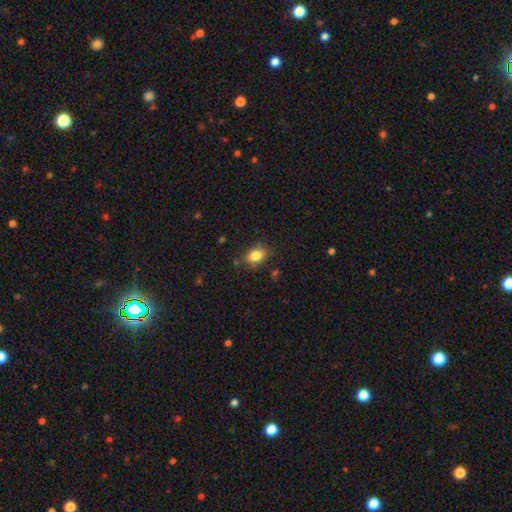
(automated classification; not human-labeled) A smooth galaxy with no disk features (84%) that is in between round and cigar-shaped (73%).

Vote fractions:
- Smooth or featured? smooth: 84% / star or artifact: 9% / featured or disk: 7%
- How rounded? in between: 73% / round: 25% / cigar-shaped: 1%
- Merging? none: 81% / minor disturbance: 14% / major disturbance: 3% / merger: 2%